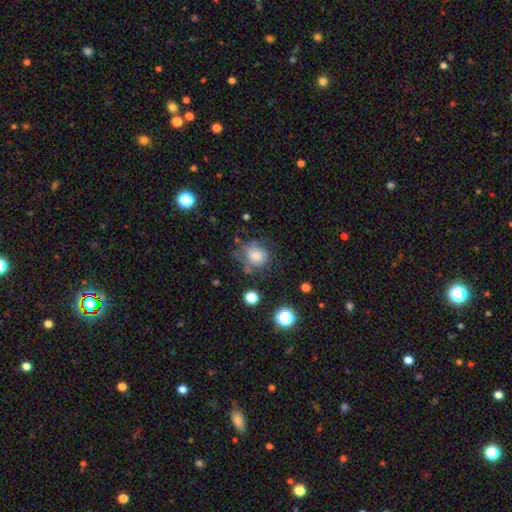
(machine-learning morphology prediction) This is likely a smooth galaxy (71%). How rounded: likely round (64%). Merging: possibly none (50%).